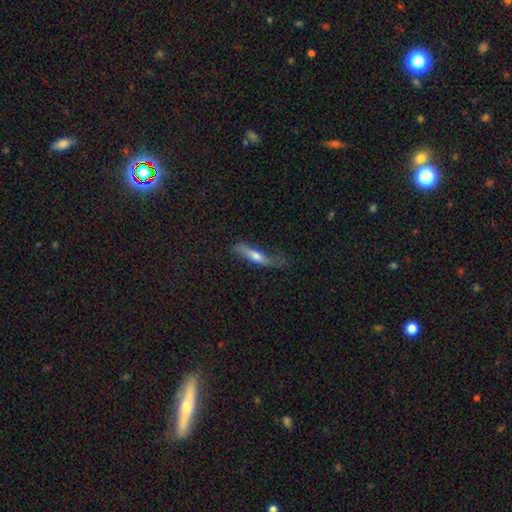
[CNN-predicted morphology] This is possibly a smooth galaxy (56%). How rounded: likely cigar-shaped (75%). Merging: possibly none (46%).